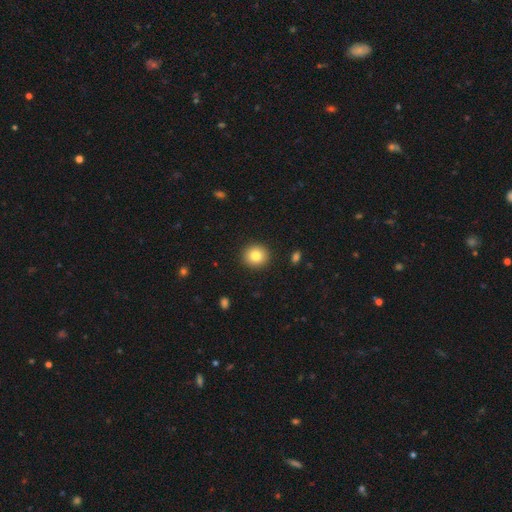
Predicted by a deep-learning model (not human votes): smooth_or_featured: smooth (p=0.82) [alt: star or artifact p=0.10]
how_rounded: round (p=0.89) [alt: in between p=0.10]
merging: none (p=0.92) [alt: minor disturbance p=0.06]